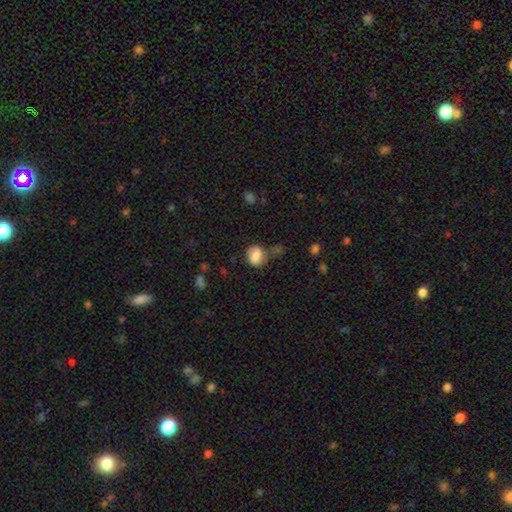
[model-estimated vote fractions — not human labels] Smooth or featured?
  - smooth: 65% *
  - featured or disk: 25%
  - star or artifact: 9%
How rounded?
  - round: 49% * (tied)
  - in between: 49% * (tied)
  - cigar-shaped: 2%
Merging?
  - none: 46% *
  - minor disturbance: 27%
  - major disturbance: 16%
  - merger: 11%